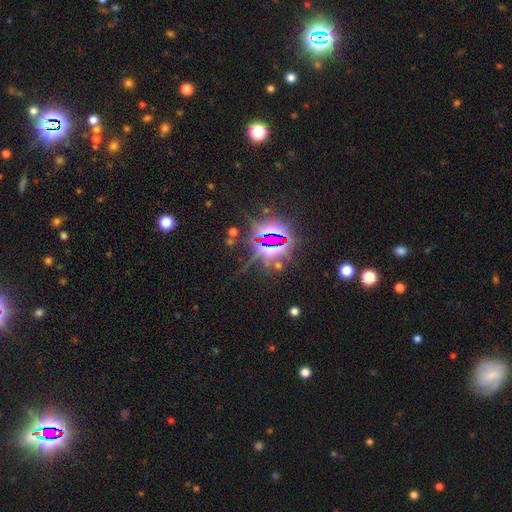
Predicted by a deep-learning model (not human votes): Overall: star or artifact (83%).